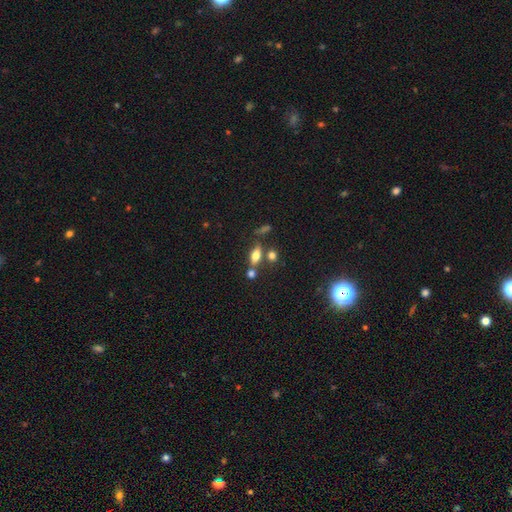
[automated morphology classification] A smooth galaxy with no disk features (65%) that is in between round and cigar-shaped (73%). Merging: none (62%).